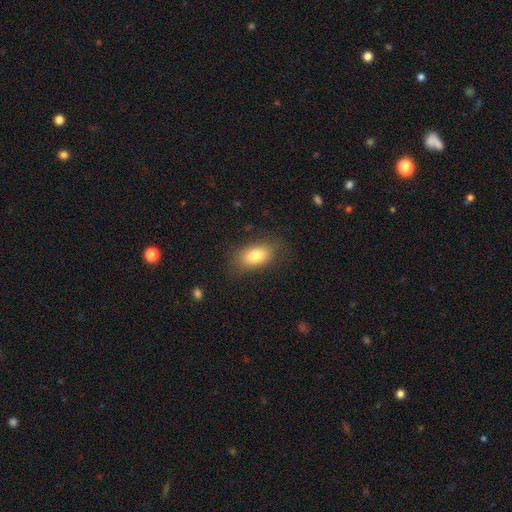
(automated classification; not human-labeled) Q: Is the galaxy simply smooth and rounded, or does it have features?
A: smooth — 80%.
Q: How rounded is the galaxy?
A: in between — 89%.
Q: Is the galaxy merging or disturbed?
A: none — 81%.